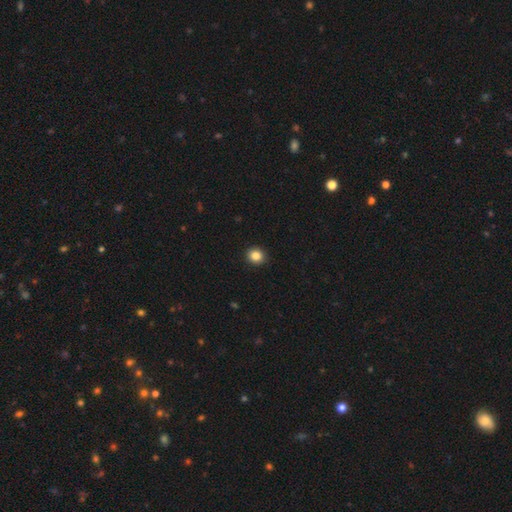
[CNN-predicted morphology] Smooth or featured? Predicted: smooth (p=0.86). How rounded? Predicted: round (p=0.85). Merging? Predicted: none (p=0.92).